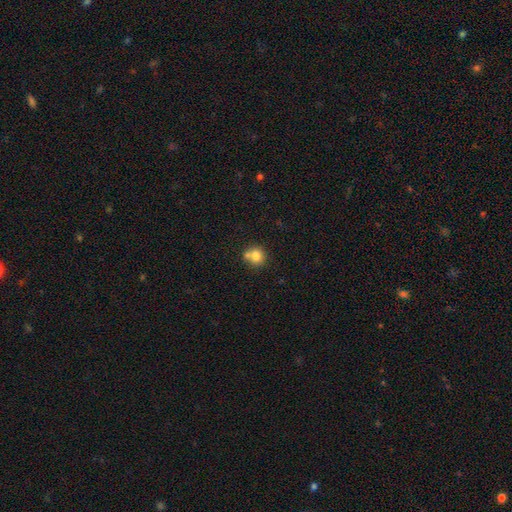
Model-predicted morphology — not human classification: smooth_or_featured: smooth (p=0.78) [alt: featured or disk p=0.11]
how_rounded: round (p=0.85) [alt: in between p=0.15]
merging: none (p=0.53) [alt: merger p=0.31]